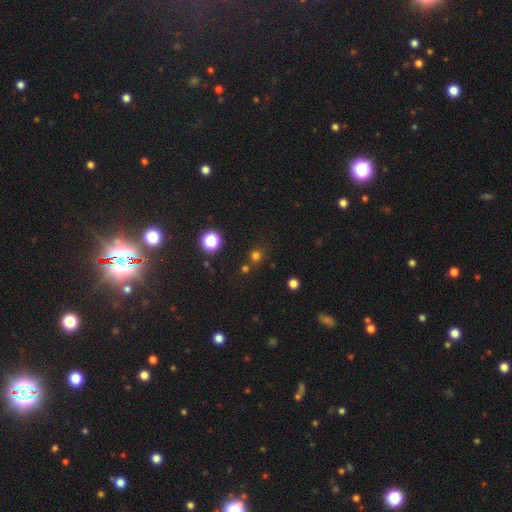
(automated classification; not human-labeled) Smooth or featured?
  - smooth: 67% *
  - star or artifact: 28%
  - featured or disk: 5%
How rounded?
  - round: 91% *
  - in between: 8%
  - cigar-shaped: 1%
Merging?
  - none: 75% *
  - merger: 13%
  - minor disturbance: 9%
  - major disturbance: 4%